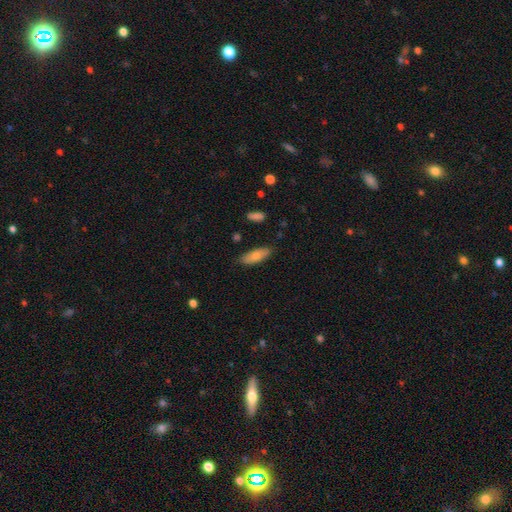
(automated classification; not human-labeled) This is likely a smooth galaxy (75%). How rounded: likely in between (67%). Merging: clearly none (81%).